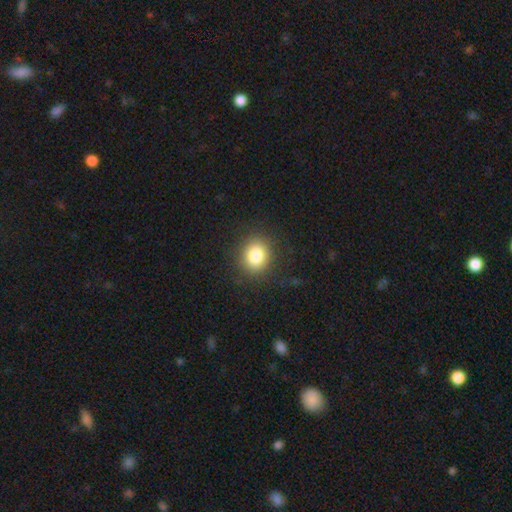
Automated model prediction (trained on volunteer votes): Smooth or featured?
  - smooth: 82% *
  - star or artifact: 11%
  - featured or disk: 7%
How rounded?
  - round: 75% *
  - in between: 25%
  - cigar-shaped: 1%
Merging?
  - none: 87% *
  - minor disturbance: 8%
  - major disturbance: 4%
  - merger: 1%